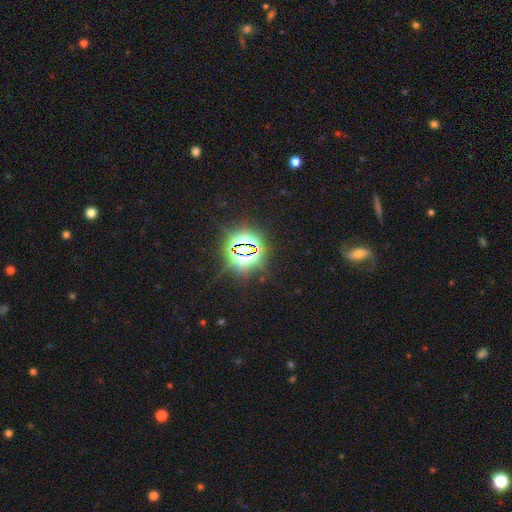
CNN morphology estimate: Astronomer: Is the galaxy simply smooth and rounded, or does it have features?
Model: star or artifact — 83%.